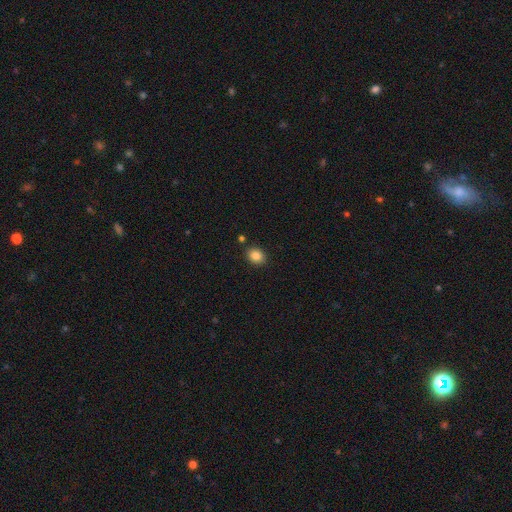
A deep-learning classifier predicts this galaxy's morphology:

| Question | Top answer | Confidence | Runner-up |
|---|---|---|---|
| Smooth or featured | smooth | 86% | star or artifact (10%) |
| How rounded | in between | 52% | round (47%) |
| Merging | none | 85% | minor disturbance (9%) |